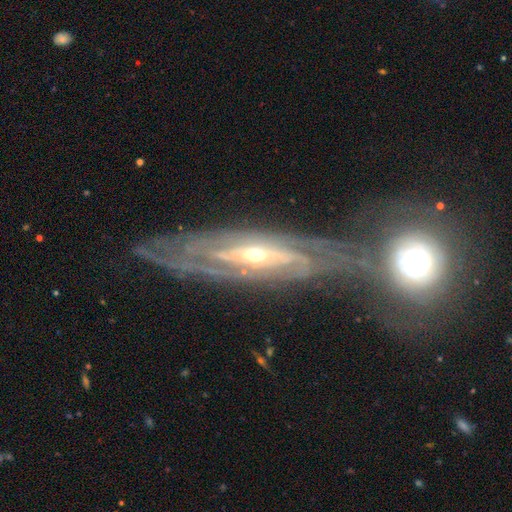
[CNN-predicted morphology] This is clearly a featured or disk galaxy (87%). It is likely not viewed edge-on (78%). Bar: marginally no (44%). Spiral arm pattern: clearly yes (89%). Spiral arm count: marginally can't tell (43%). Spiral winding: likely tight (67%). Central bulge: possibly small (50%). Merging: possibly none (59%).